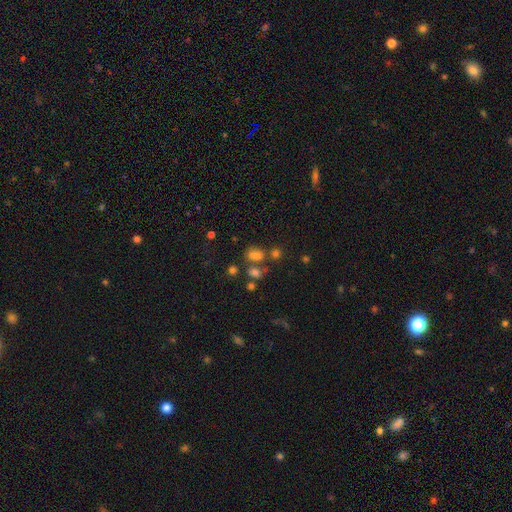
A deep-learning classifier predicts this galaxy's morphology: Smooth or featured: smooth — 69% (star or artifact — 22%)
How rounded: in between — 72% (round — 26%)
Merging: none — 52% (merger — 25%)